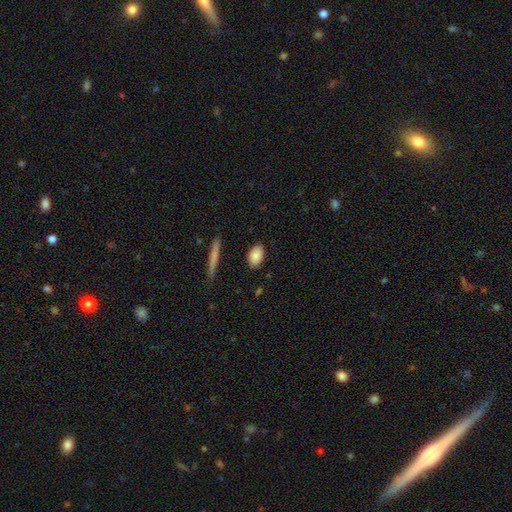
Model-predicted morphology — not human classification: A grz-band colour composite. It shows a smooth galaxy with no disk features (86%) that is in between round and cigar-shaped (90%). Merging: none (86%).